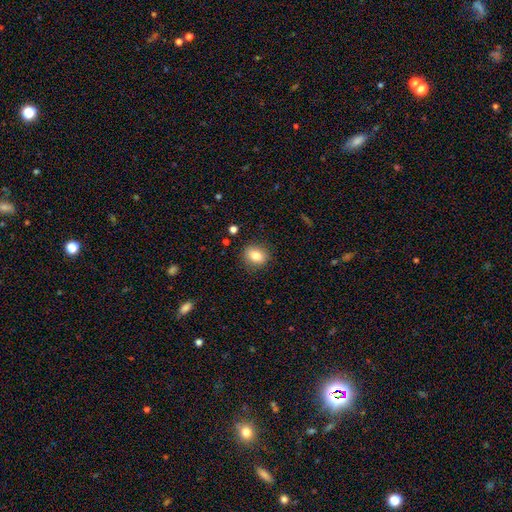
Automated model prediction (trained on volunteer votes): This is clearly a smooth galaxy (82%). How rounded: possibly round (52%). Merging: clearly none (87%).